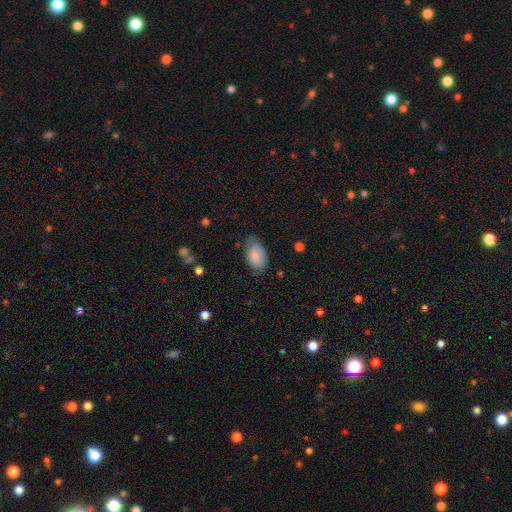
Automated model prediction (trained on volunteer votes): smooth-or-featured: smooth: 73% | featured or disk: 21% | star or artifact: 7%
  how-rounded: in between: 93% | round: 5% | cigar-shaped: 2%
  merging: none: 56% | minor disturbance: 34% | major disturbance: 8% | merger: 2%